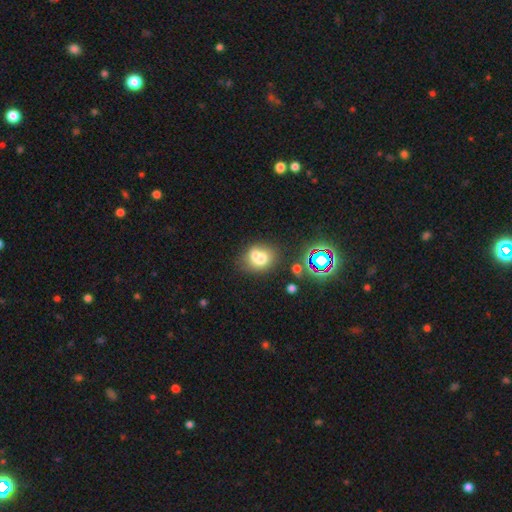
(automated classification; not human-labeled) Q: Smooth or featured?
A: smooth (66%); runner-up: featured or disk (19%)
Q: How rounded?
A: round (58%); runner-up: in between (41%)
Q: Merging?
A: merger (40%); runner-up: none (38%)